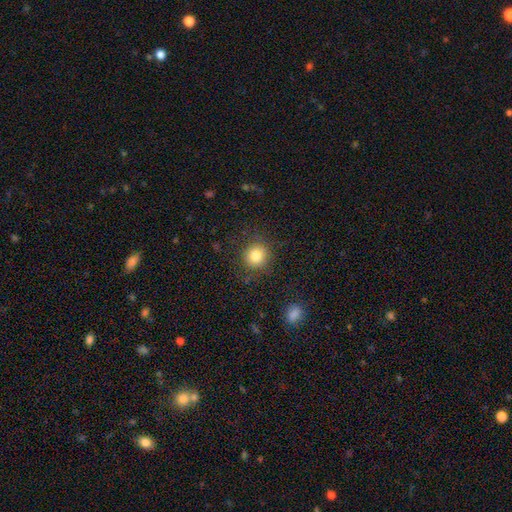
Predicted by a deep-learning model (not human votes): This appears to be a smooth galaxy with no disk features (83%) that is round (89%). Merging: none (86%).